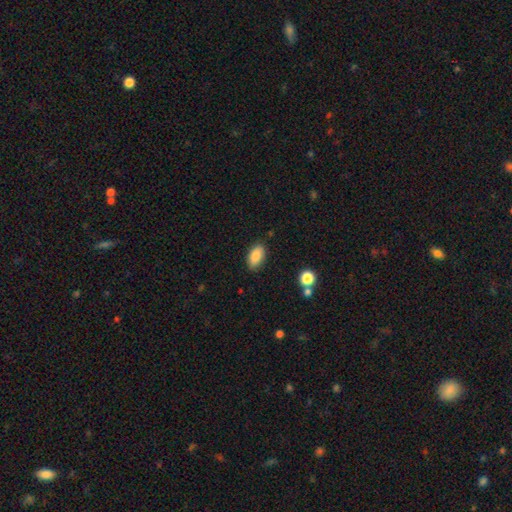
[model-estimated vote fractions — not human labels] Morphology: type=smooth (85%); roundness=in between (92%); merging=none (85%).